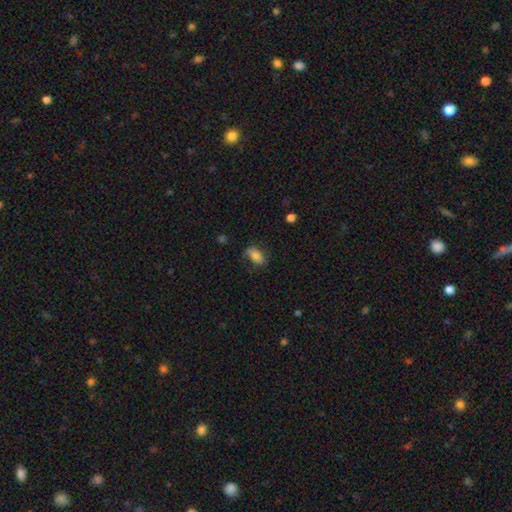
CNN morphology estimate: A smooth galaxy with no disk features (77%) that is in between round and cigar-shaped (89%). Merging: none (67%).